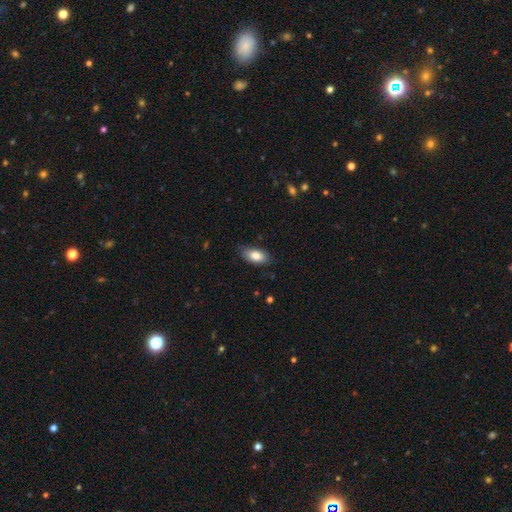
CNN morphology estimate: type=smooth (82%); roundness=in between (91%); merging=none (79%).